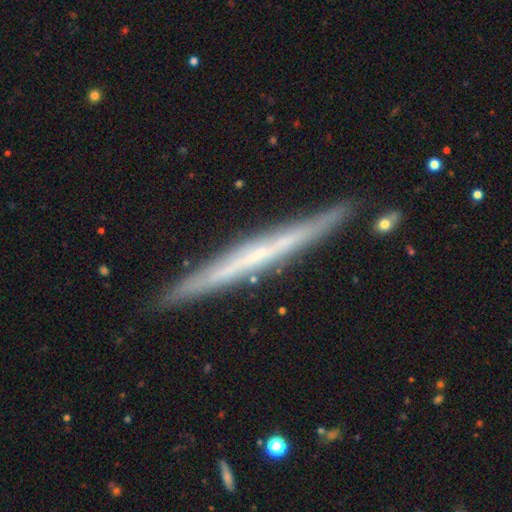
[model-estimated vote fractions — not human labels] Smooth or featured: featured or disk — 69% (smooth — 25%)
Edge-on disk: yes — 97% (no — 3%)
Edge-on bulge: none — 82% (rounded — 13%)
Merging: none — 89% (minor disturbance — 8%)